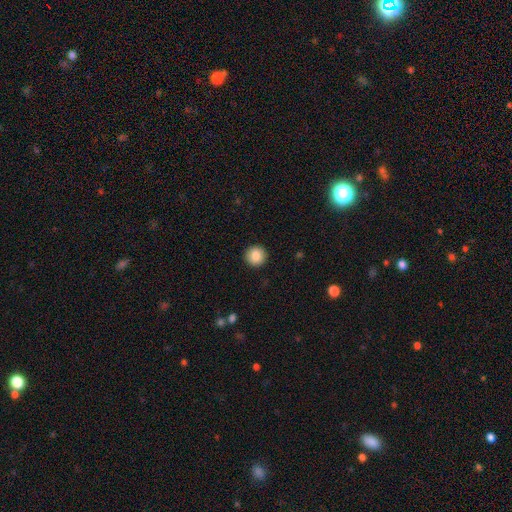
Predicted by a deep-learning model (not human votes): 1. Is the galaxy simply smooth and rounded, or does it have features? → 87% smooth, 8% star or artifact, 5% featured or disk.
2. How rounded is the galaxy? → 95% round, 4% in between, 1% cigar-shaped.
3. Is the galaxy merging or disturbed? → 93% none, 5% minor disturbance, 2% major disturbance, 1% merger.